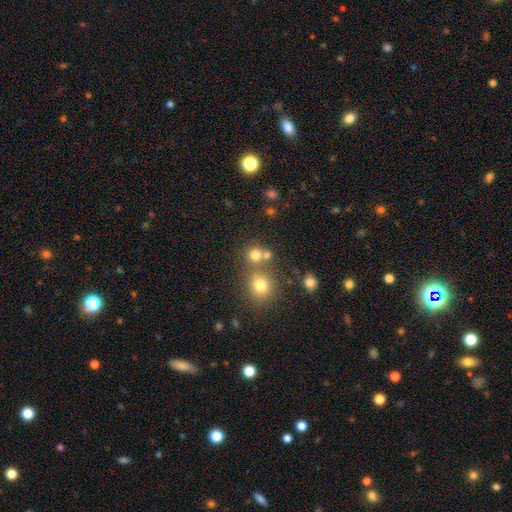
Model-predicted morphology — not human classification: Q: Smooth or featured?
A: smooth (74%); runner-up: star or artifact (17%)
Q: How rounded?
A: round (86%); runner-up: in between (13%)
Q: Merging?
A: none (59%); runner-up: merger (30%)